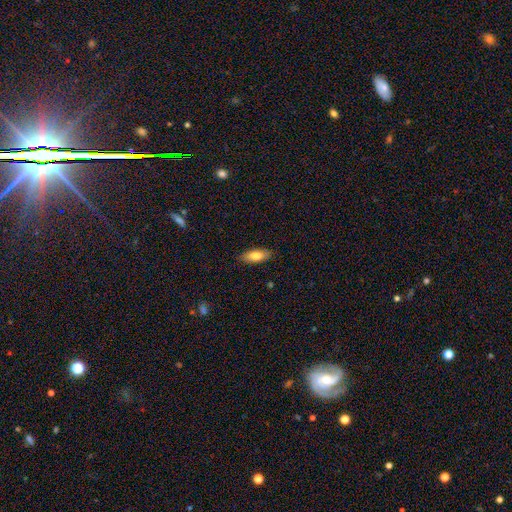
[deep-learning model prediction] This is likely a smooth galaxy (79%). How rounded: likely in between (72%). Merging: clearly none (89%).